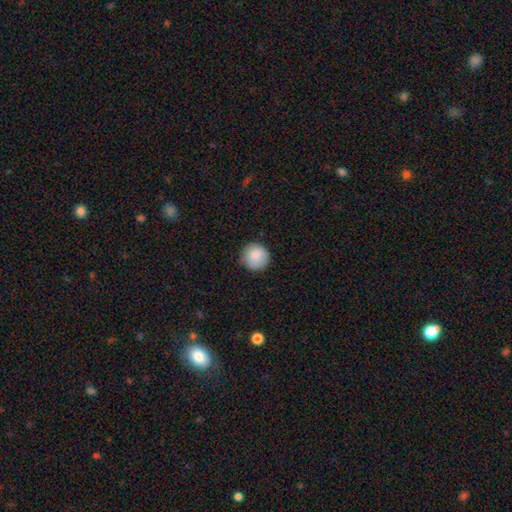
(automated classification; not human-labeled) Smooth or featured: smooth — 88% (star or artifact — 8%)
How rounded: round — 96% (in between — 3%)
Merging: none — 88% (minor disturbance — 9%)